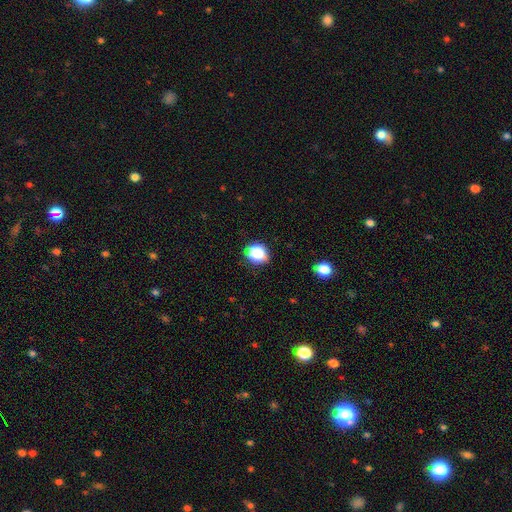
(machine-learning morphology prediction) This is likely a smooth galaxy (78%). How rounded: possibly round (56%). Merging: likely none (76%).